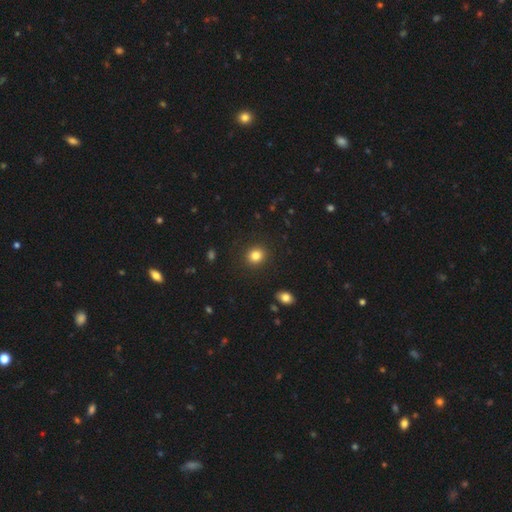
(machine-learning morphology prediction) smooth_or_featured: smooth (p=0.83) [alt: star or artifact p=0.11]
how_rounded: round (p=0.79) [alt: in between p=0.20]
merging: none (p=0.90) [alt: minor disturbance p=0.06]